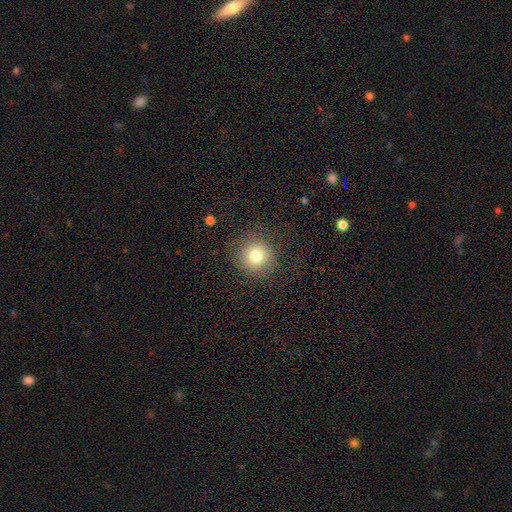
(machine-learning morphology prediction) Q: Smooth or featured?
A: smooth (77%); runner-up: star or artifact (12%)
Q: How rounded?
A: round (92%); runner-up: in between (7%)
Q: Merging?
A: none (80%); runner-up: minor disturbance (12%)